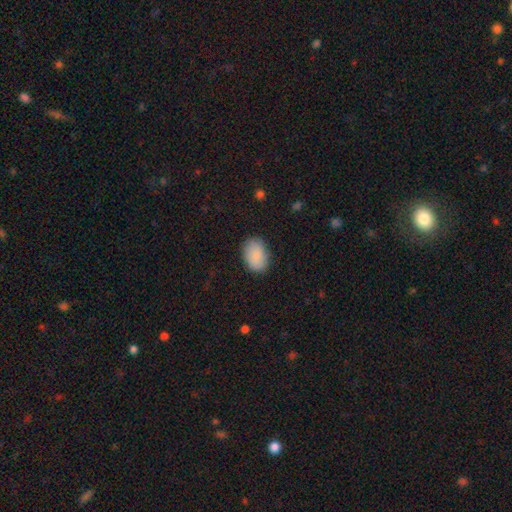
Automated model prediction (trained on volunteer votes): Smooth or featured: smooth — 88% (star or artifact — 7%)
How rounded: in between — 85% (round — 14%)
Merging: none — 84% (minor disturbance — 12%)